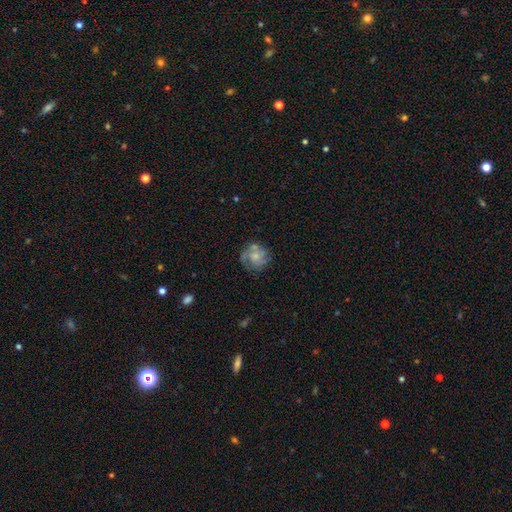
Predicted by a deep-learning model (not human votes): featured or disk 60%, smooth 32%, star or artifact 8%. Down the decision tree: edge-on disk — no (98%); bar — no (78%); spiral arms — yes (82%); bulge size — small (46%); merging — none (62%).